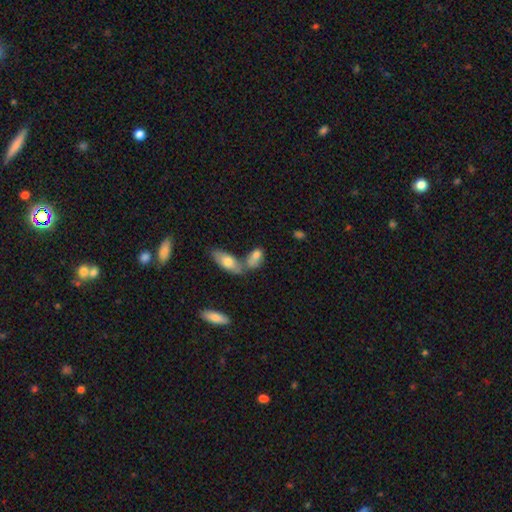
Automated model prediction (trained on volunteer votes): Smooth or featured: smooth — 76% (featured or disk — 16%)
How rounded: in between — 86% (cigar-shaped — 8%)
Merging: merger — 52% (none — 30%)